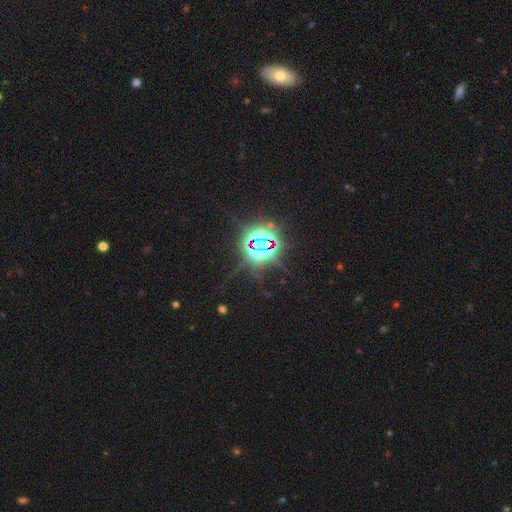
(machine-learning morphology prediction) The model was most divided on "smooth or featured": star or artifact: 84%, smooth: 8%, featured or disk: 8%.